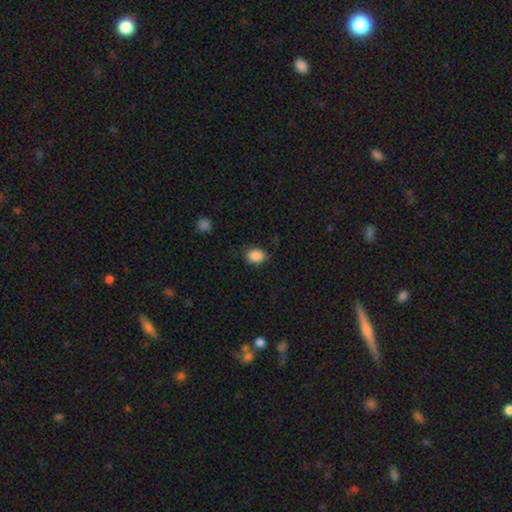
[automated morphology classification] smooth 88%, star or artifact 9%, featured or disk 3%. Down the decision tree: how rounded — in between (59%); merging — none (80%).